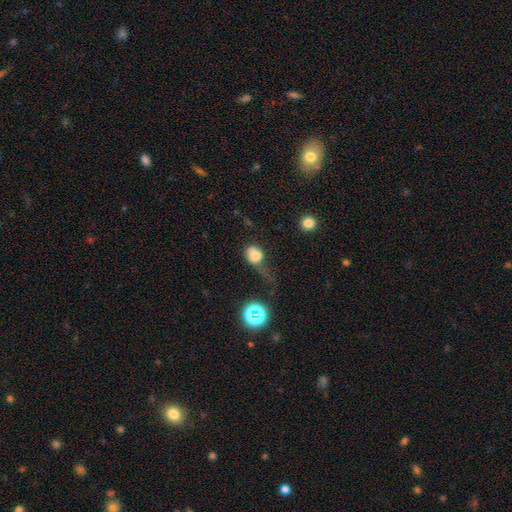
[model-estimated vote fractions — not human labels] This appears to be a smooth galaxy with no disk features (73%) that is in between round and cigar-shaped (52%). Merging: major disturbance (43%).